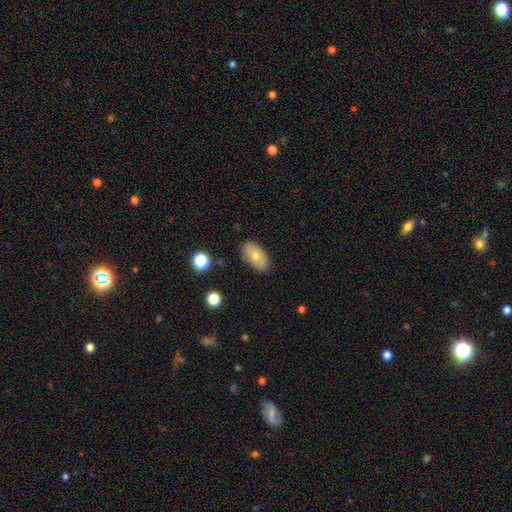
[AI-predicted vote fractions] This is likely a smooth galaxy (63%). How rounded: clearly in between (91%). Merging: clearly none (84%).